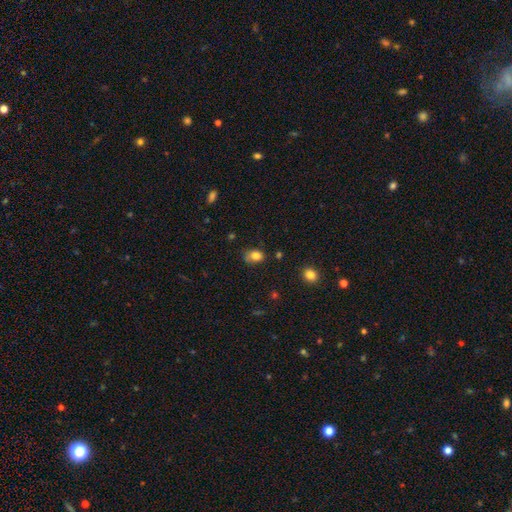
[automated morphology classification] Q: Smooth or featured?
A: smooth (81%); runner-up: star or artifact (12%)
Q: How rounded?
A: in between (62%); runner-up: round (37%)
Q: Merging?
A: none (55%); runner-up: minor disturbance (31%)